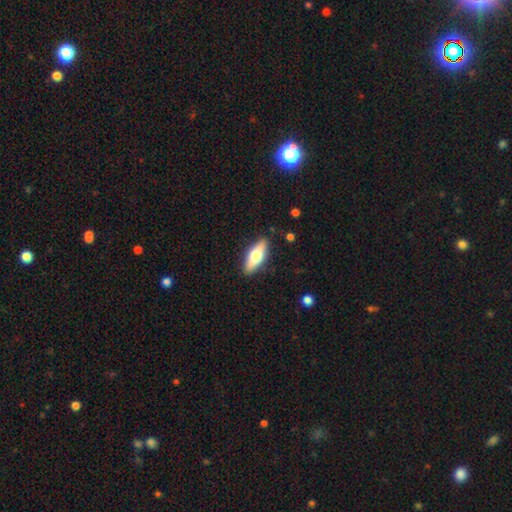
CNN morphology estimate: smooth 55%, featured or disk 39%, star or artifact 6%. Down the decision tree: how rounded — in between (62%); merging — none (88%).